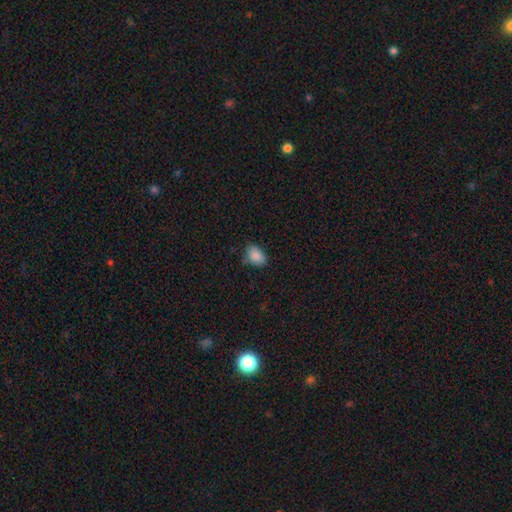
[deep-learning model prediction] The model was most divided on "merging": none: 68%, minor disturbance: 24%, major disturbance: 5%, merger: 2%. More confident: smooth or featured — smooth (87%); how rounded — in between (82%).